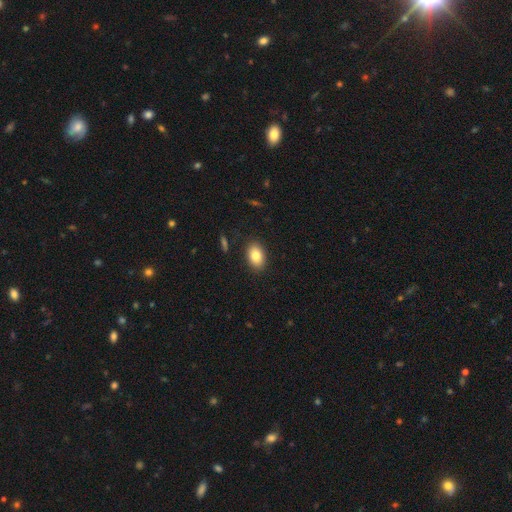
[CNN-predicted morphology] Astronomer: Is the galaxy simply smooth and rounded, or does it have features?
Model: smooth — 83%.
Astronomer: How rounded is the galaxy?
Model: in between — 87%.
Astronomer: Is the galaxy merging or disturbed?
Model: none — 88%.